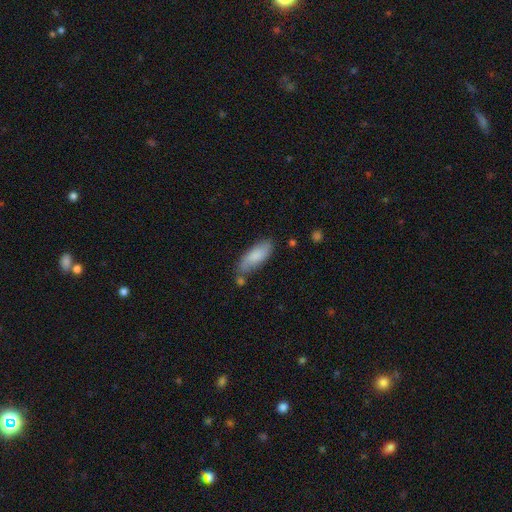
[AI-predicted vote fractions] Smooth or featured?
  - smooth: 81% *
  - featured or disk: 13%
  - star or artifact: 6%
How rounded?
  - in between: 67% *
  - cigar-shaped: 31%
  - round: 2%
Merging?
  - none: 66% *
  - minor disturbance: 22%
  - merger: 8%
  - major disturbance: 4%